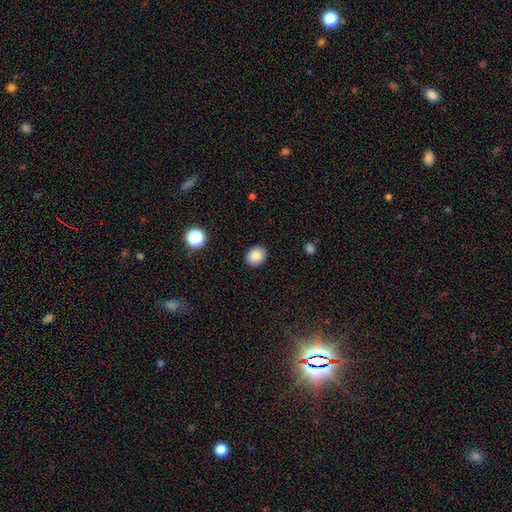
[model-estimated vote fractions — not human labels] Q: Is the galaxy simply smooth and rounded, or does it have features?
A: smooth — 86%.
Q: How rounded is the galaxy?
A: round — 61%.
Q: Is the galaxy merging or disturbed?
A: none — 90%.